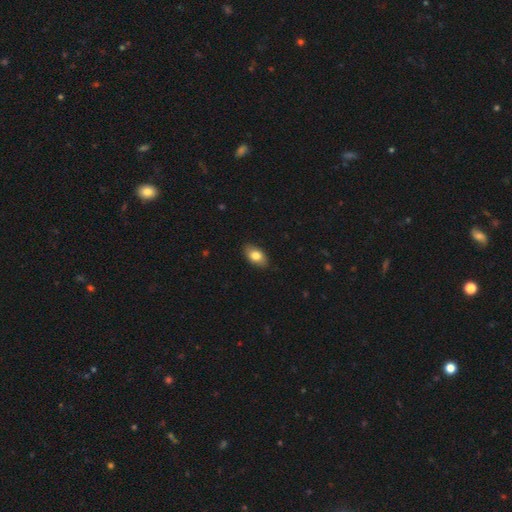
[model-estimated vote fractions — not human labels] Smooth or featured? Predicted: smooth (p=0.80). How rounded? Predicted: in between (p=0.91). Merging? Predicted: none (p=0.86).